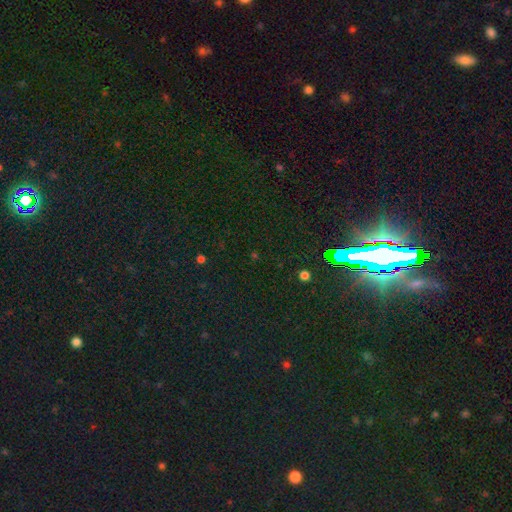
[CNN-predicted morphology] Smooth or featured? Predicted: star or artifact (p=0.83).